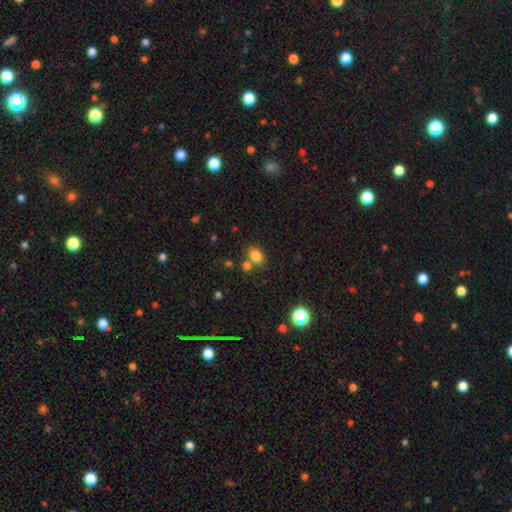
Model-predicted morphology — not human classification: Smooth or featured: smooth — 81% (star or artifact — 12%)
How rounded: in between — 73% (round — 26%)
Merging: none — 62% (merger — 22%)